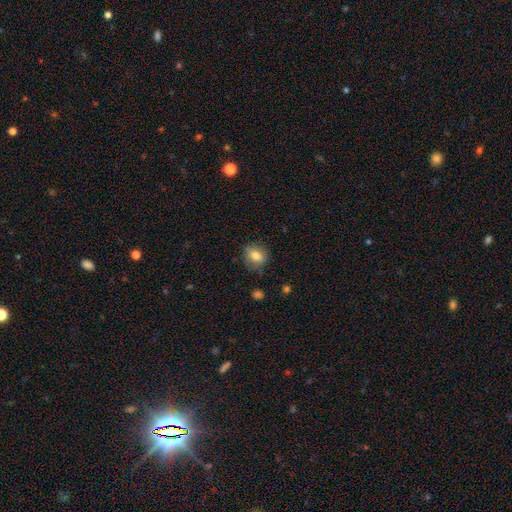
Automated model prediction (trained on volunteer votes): Smooth or featured? Predicted: smooth (p=0.76). How rounded? Predicted: round (p=0.65). Merging? Predicted: none (p=0.80).